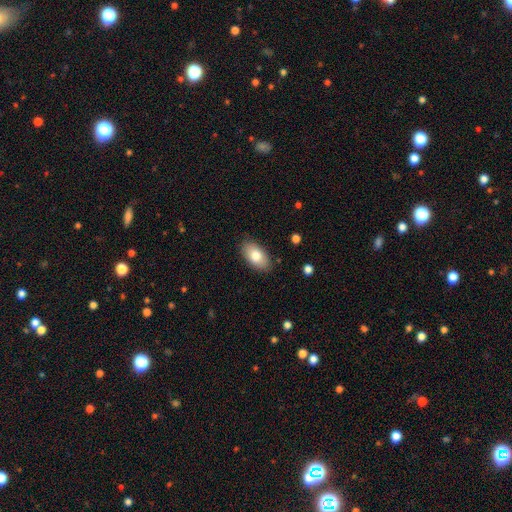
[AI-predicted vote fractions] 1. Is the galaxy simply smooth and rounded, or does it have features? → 78% smooth, 15% featured or disk, 7% star or artifact.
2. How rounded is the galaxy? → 94% in between, 4% round, 3% cigar-shaped.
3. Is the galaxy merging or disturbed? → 86% none, 11% minor disturbance, 2% major disturbance, 1% merger.